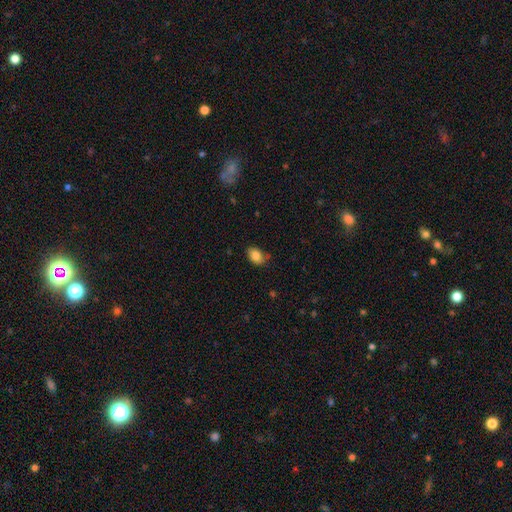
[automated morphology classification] A smooth galaxy with no disk features (84%) that is in between round and cigar-shaped (83%).

Vote fractions:
- Smooth or featured? smooth: 84% / star or artifact: 8% / featured or disk: 7%
- How rounded? in between: 83% / round: 16% / cigar-shaped: 1%
- Merging? none: 69% / minor disturbance: 25% / major disturbance: 5% / merger: 2%